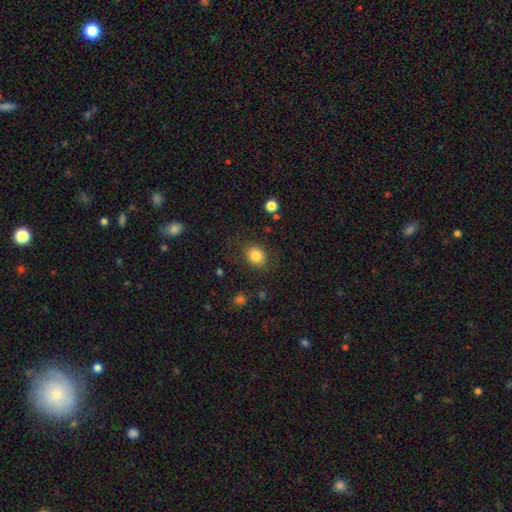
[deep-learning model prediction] A smooth galaxy with no disk features (83%) that is round (63%). Merging: none (81%).